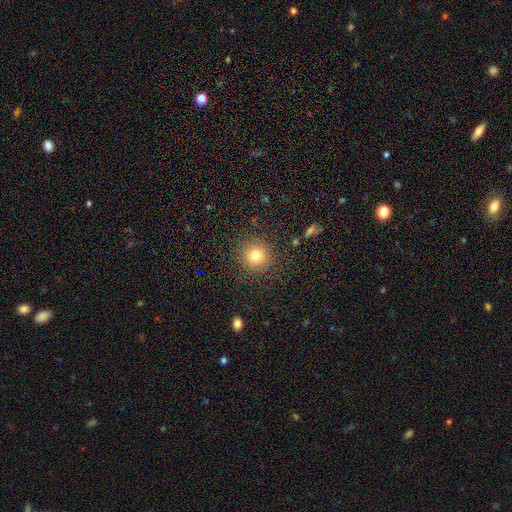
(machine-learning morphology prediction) smooth 78%, star or artifact 14%, featured or disk 8%. Down the decision tree: how rounded — round (94%); merging — none (89%).